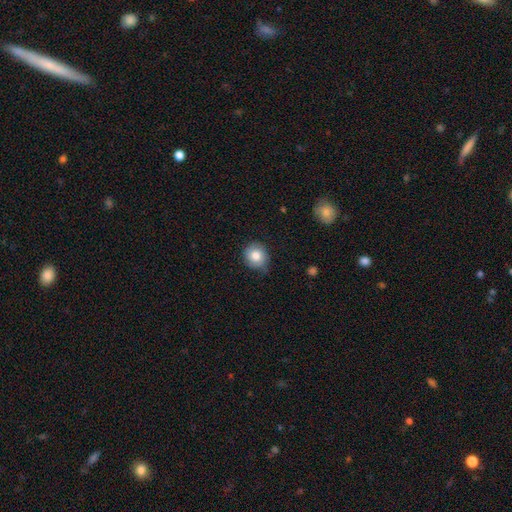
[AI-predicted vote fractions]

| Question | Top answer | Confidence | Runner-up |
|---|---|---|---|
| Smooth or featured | smooth | 77% | featured or disk (15%) |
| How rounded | round | 84% | in between (15%) |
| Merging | none | 70% | minor disturbance (25%) |